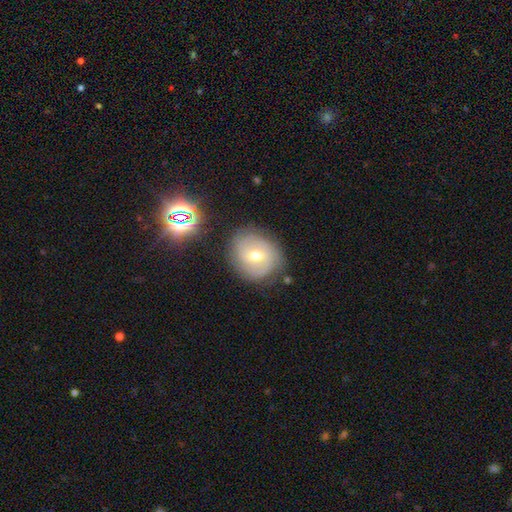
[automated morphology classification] featured or disk 59%, smooth 27%, star or artifact 13%. Down the decision tree: edge-on disk — no (96%); bar — weak (47%); spiral arms — yes (82%); bulge size — moderate (64%); merging — none (78%).